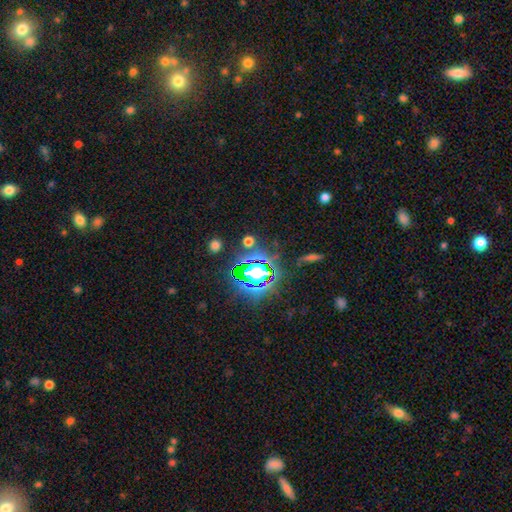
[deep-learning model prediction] This appears to be a star or artifact, not a galaxy (79%).